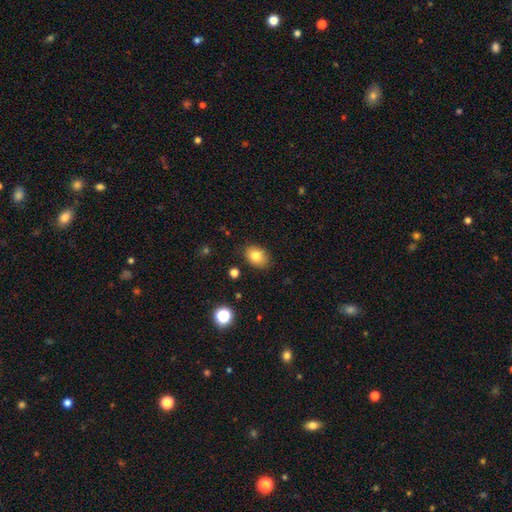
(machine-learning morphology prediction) This appears to be a smooth galaxy with no disk features (81%) that is in between round and cigar-shaped (75%). Merging: none (84%).